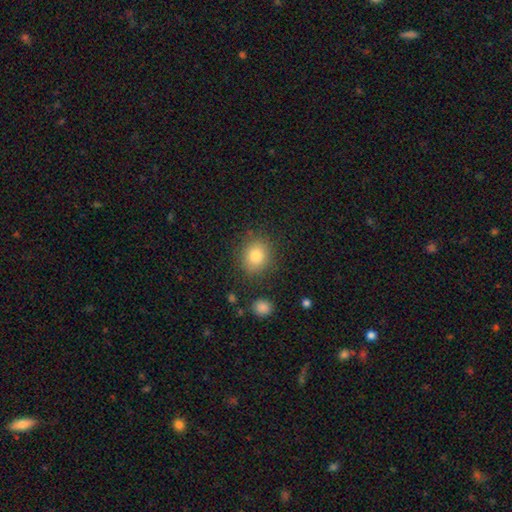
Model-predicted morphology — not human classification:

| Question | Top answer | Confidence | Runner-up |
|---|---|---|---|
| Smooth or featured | smooth | 82% | star or artifact (10%) |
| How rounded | round | 73% | in between (26%) |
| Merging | none | 84% | minor disturbance (10%) |